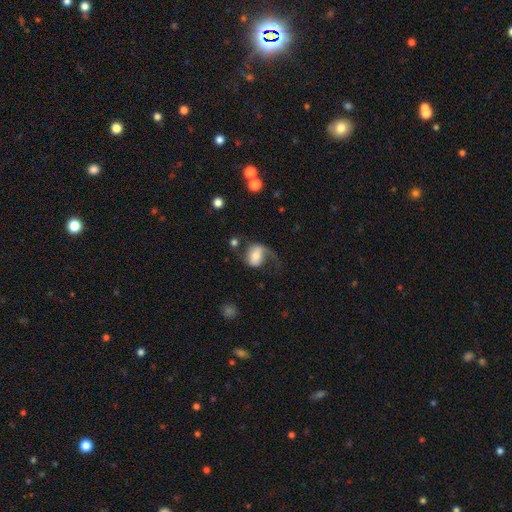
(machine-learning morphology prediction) Overall: featured or disk (50%; smooth 41%). Edge-on disk: no (96%). Merging: major disturbance (40%; none 34%).